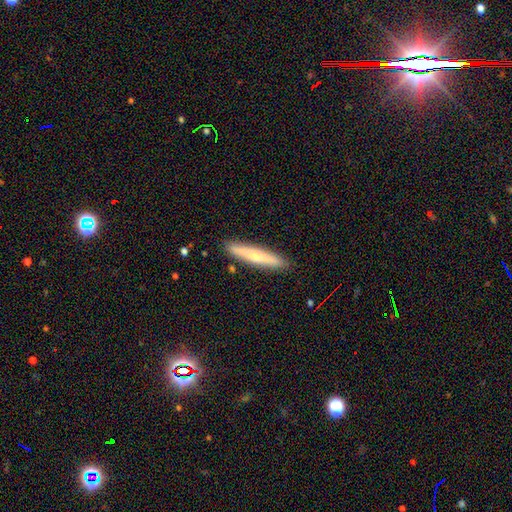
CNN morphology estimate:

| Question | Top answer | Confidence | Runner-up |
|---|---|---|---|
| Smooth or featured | smooth | 60% | featured or disk (34%) |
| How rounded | cigar-shaped | 91% | in between (7%) |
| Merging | none | 89% | minor disturbance (8%) |